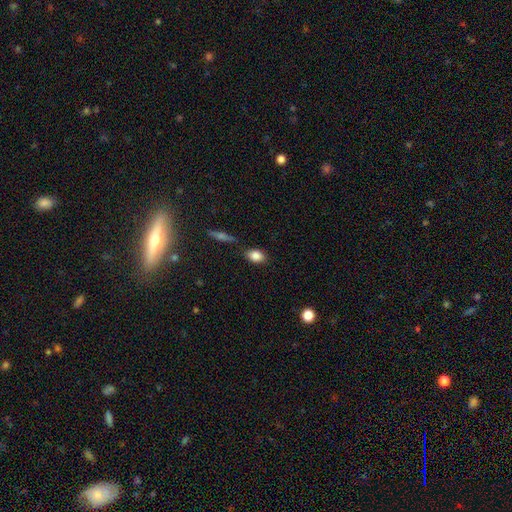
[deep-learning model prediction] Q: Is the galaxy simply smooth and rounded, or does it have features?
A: smooth — 84%.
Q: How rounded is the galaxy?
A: in between — 79%.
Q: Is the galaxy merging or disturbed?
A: none — 78%.